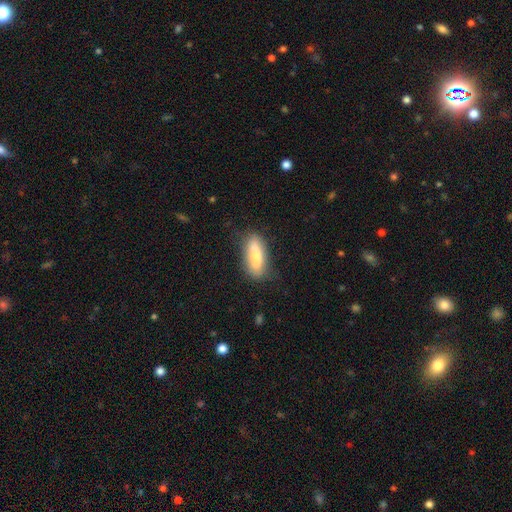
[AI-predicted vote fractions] This is likely a smooth galaxy (65%). How rounded: likely in between (60%). Merging: likely none (76%).